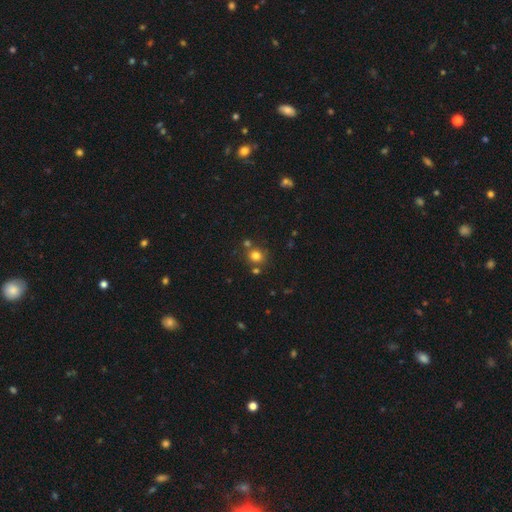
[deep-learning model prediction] Smooth or featured: smooth — 77% (star or artifact — 15%)
How rounded: round — 86% (in between — 13%)
Merging: none — 73% (merger — 14%)